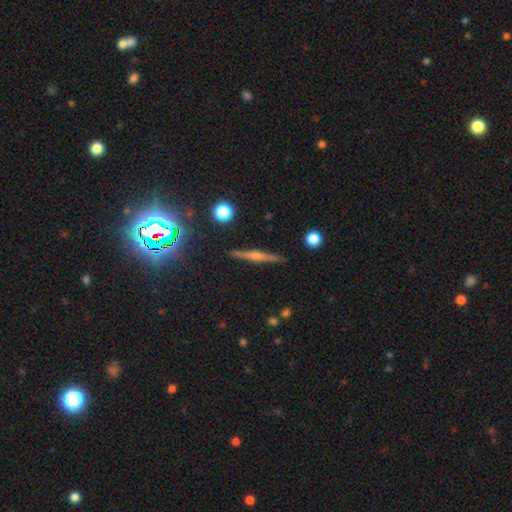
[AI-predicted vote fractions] Morphology: type=featured or disk (63%); edge-on=yes (97%); edge-on bulge=rounded (76%); merging=none (90%).